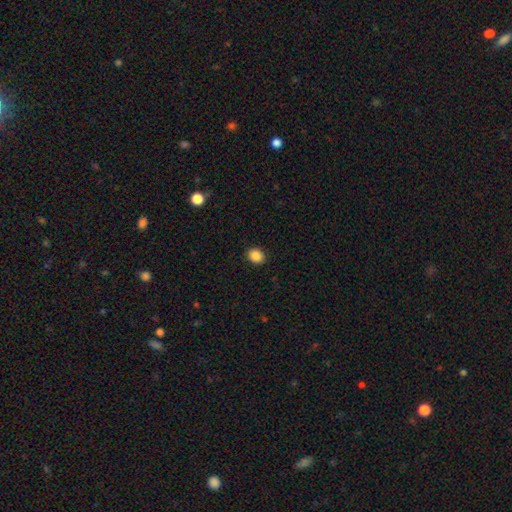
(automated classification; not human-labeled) This appears to be a smooth galaxy with no disk features (87%) that is round (60%). Merging: none (91%).